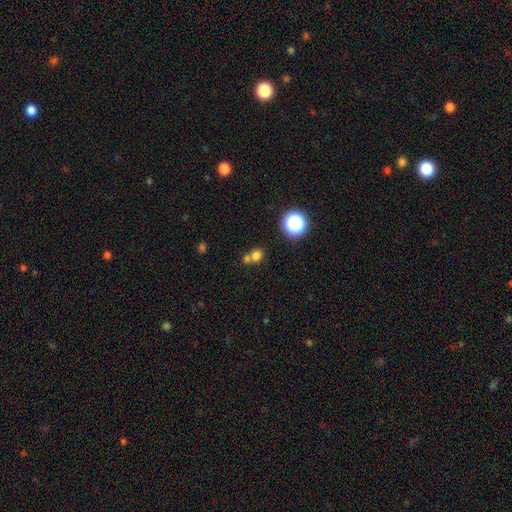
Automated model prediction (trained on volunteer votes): Morphology: type=smooth (73%); roundness=round (73%); merging=none (46%).